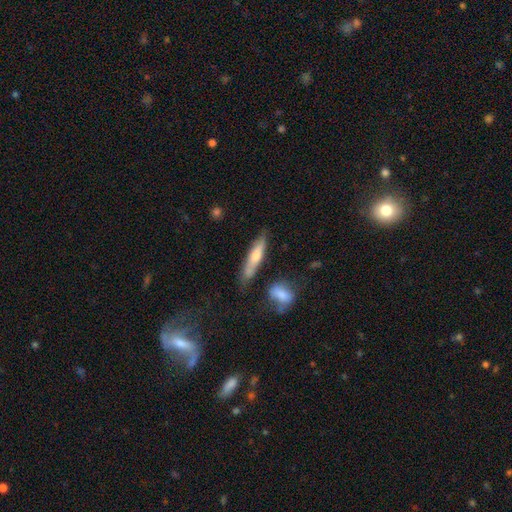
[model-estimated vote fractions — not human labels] A smooth galaxy with no disk features (49%). Merging: none (67%).